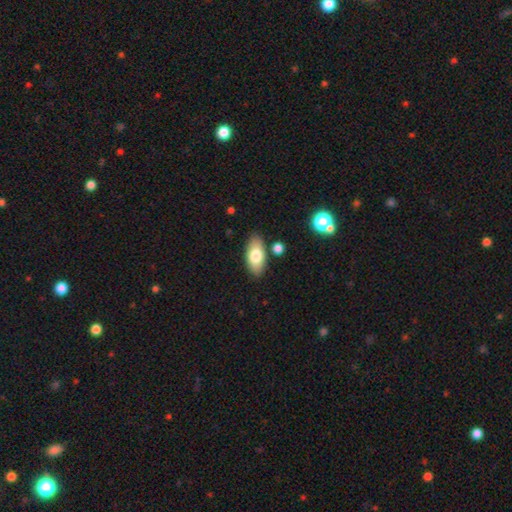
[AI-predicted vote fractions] Q: Smooth or featured?
A: smooth (76%); runner-up: featured or disk (17%)
Q: How rounded?
A: in between (89%); runner-up: cigar-shaped (8%)
Q: Merging?
A: none (83%); runner-up: minor disturbance (10%)